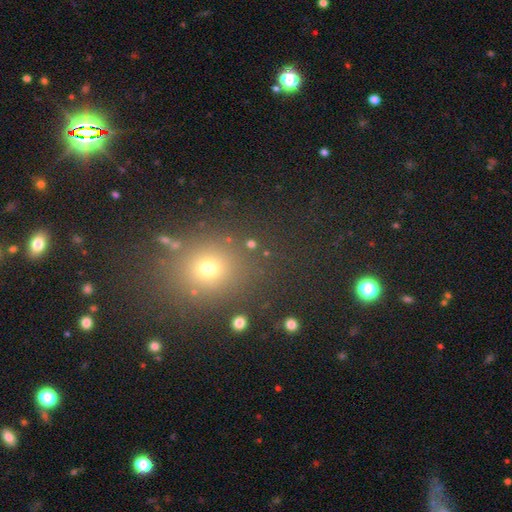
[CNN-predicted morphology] The model was most divided on "smooth or featured": smooth: 52%, star or artifact: 38%, featured or disk: 10%. More confident: merging — none (83%); how rounded — round (67%).